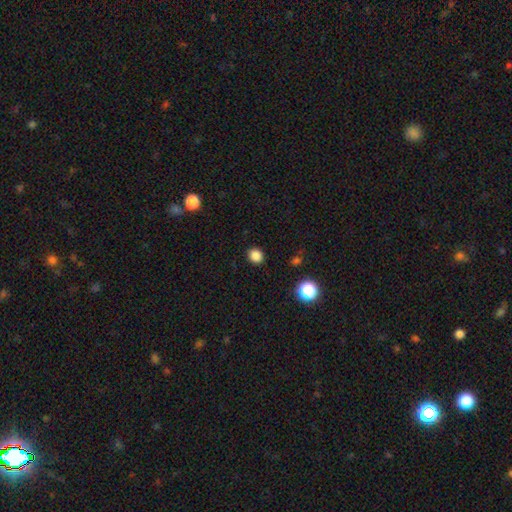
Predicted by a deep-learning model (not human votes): smooth_or_featured: smooth (p=0.85) [alt: star or artifact p=0.12]
how_rounded: round (p=0.77) [alt: in between p=0.22]
merging: none (p=0.90) [alt: minor disturbance p=0.06]